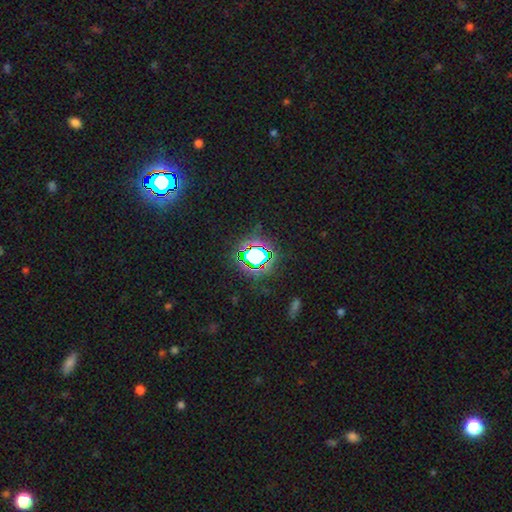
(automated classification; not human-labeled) Smooth or featured? star or artifact (73%)